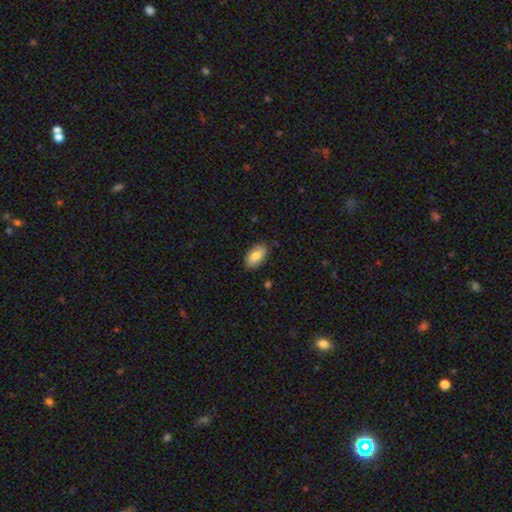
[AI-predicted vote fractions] Q: Smooth or featured?
A: smooth (79%); runner-up: featured or disk (15%)
Q: How rounded?
A: in between (93%); runner-up: round (5%)
Q: Merging?
A: none (86%); runner-up: minor disturbance (11%)